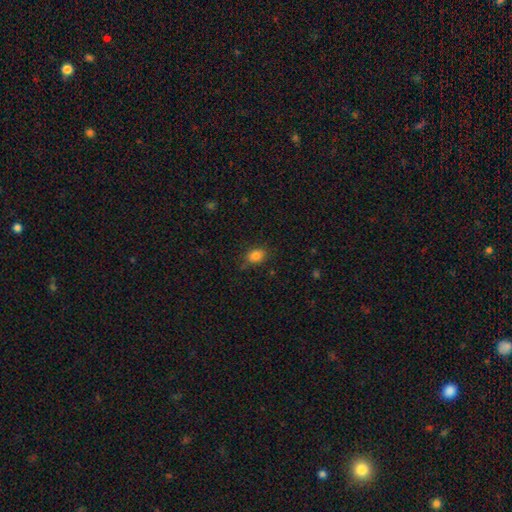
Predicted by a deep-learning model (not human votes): The model was most divided on "how rounded": in between: 69%, round: 30%, cigar-shaped: 2%. More confident: smooth or featured — smooth (84%); merging — none (75%).